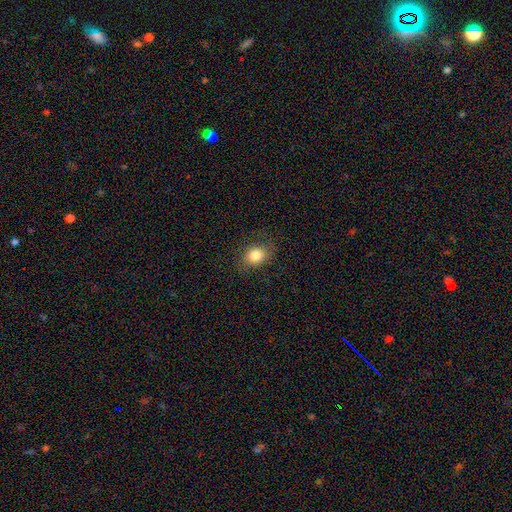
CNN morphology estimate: Smooth or featured?
  - smooth: 83% *
  - star or artifact: 10%
  - featured or disk: 7%
How rounded?
  - in between: 51% *
  - round: 48%
  - cigar-shaped: 1%
Merging?
  - none: 82% *
  - minor disturbance: 13%
  - major disturbance: 4%
  - merger: 1%